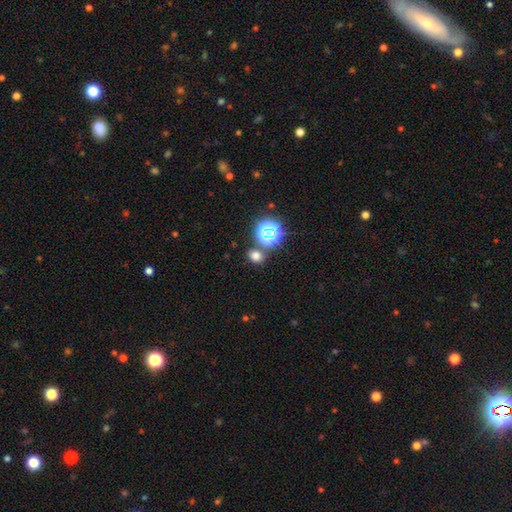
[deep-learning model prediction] smooth-or-featured: smooth: 66% | star or artifact: 28% | featured or disk: 6%
  how-rounded: round: 60% | in between: 39% | cigar-shaped: 1%
  merging: none: 74% | merger: 13% | minor disturbance: 9% | major disturbance: 3%